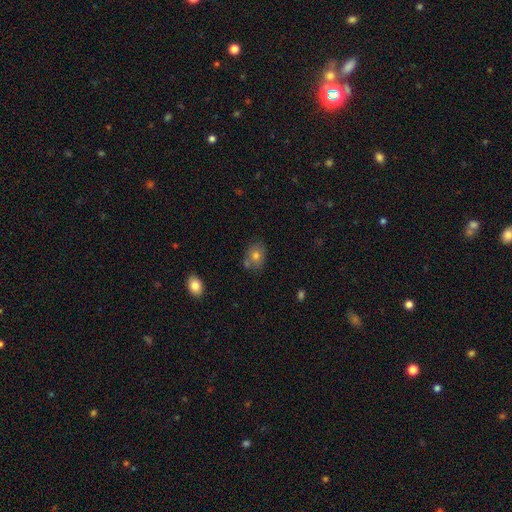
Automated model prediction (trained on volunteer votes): Overall: smooth (74%). How rounded: in between (56%; round 43%). Merging: none (68%).